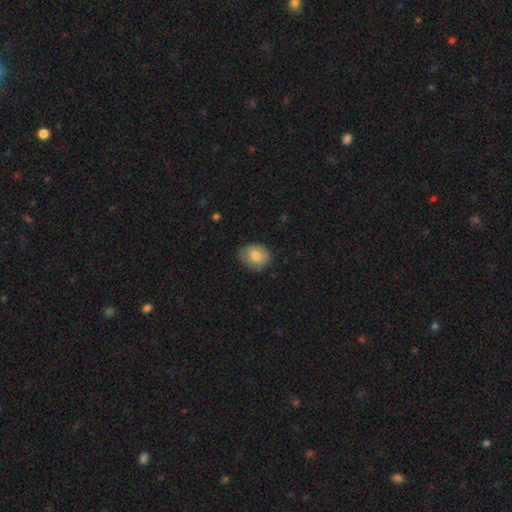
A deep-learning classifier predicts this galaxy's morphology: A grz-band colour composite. It shows a smooth galaxy with no disk features (73%) that is in between round and cigar-shaped (53%). Merging: none (70%).